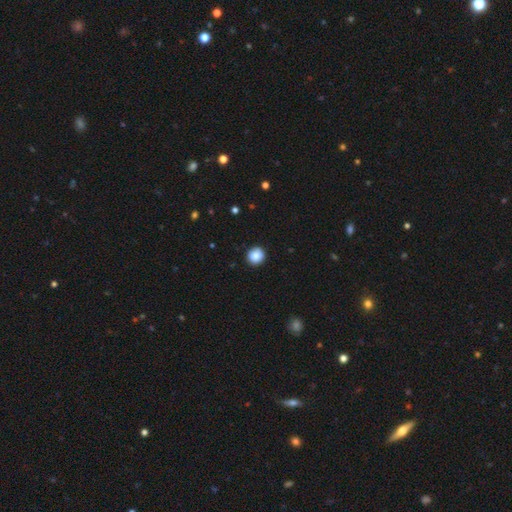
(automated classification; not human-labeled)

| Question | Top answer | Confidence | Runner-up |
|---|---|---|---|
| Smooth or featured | smooth | 86% | star or artifact (9%) |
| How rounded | round | 91% | in between (8%) |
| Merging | none | 92% | minor disturbance (6%) |